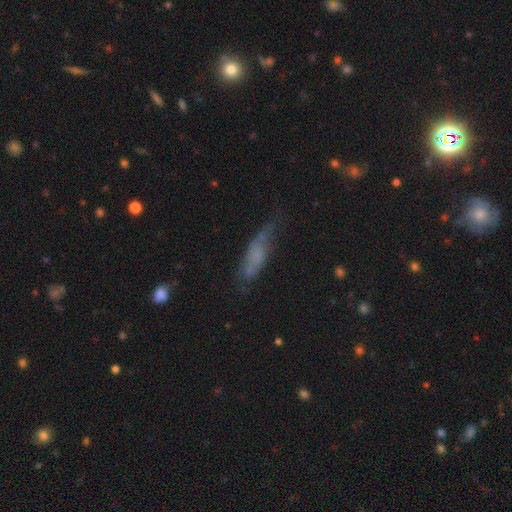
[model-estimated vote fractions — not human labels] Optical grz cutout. It shows a smooth galaxy with no disk features (55%) that is cigar-shaped (55%). Merging: none (48%).